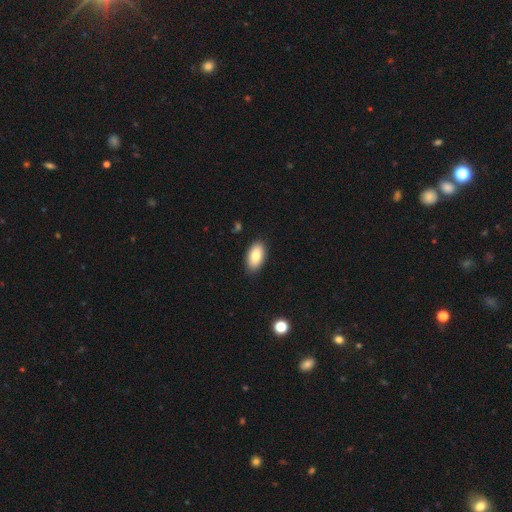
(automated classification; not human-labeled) A smooth galaxy with no disk features (83%) that is in between round and cigar-shaped (94%). Merging: none (88%).